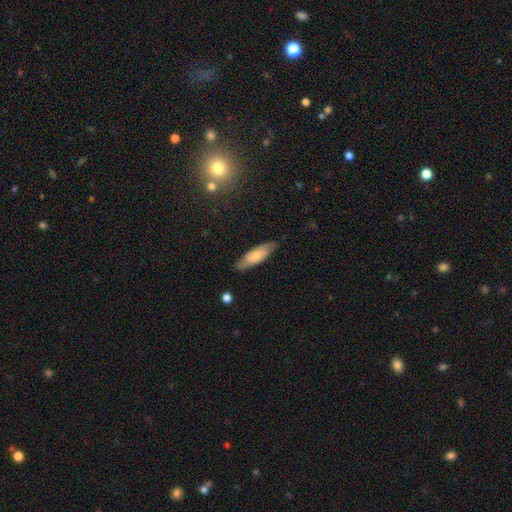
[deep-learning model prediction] This is possibly a smooth galaxy (60%). How rounded: possibly in between (54%). Merging: likely none (79%).